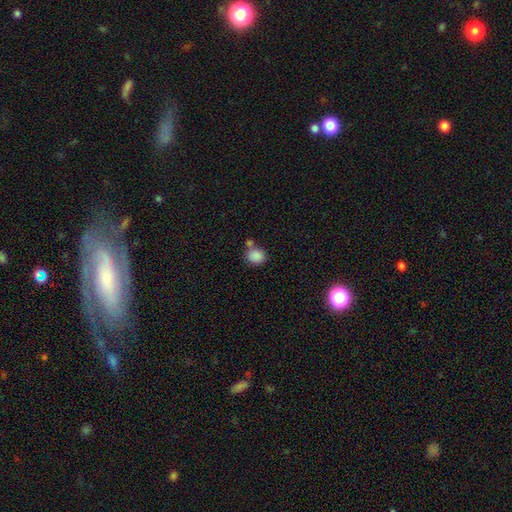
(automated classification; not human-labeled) Morphology: type=smooth (86%); roundness=round (70%); merging=none (58%).